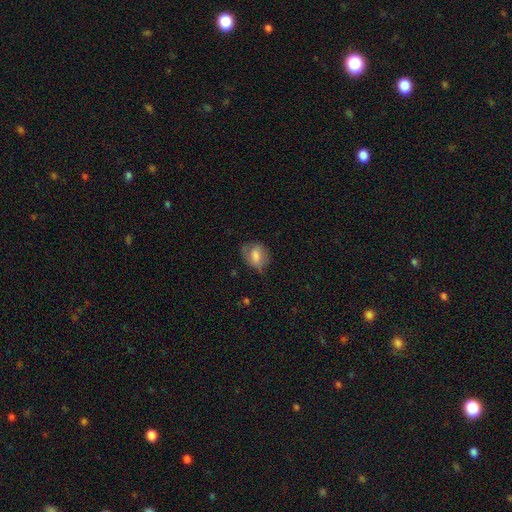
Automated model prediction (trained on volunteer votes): A smooth galaxy with no disk features (67%) that is in between round and cigar-shaped (64%). Merging: none (50%).